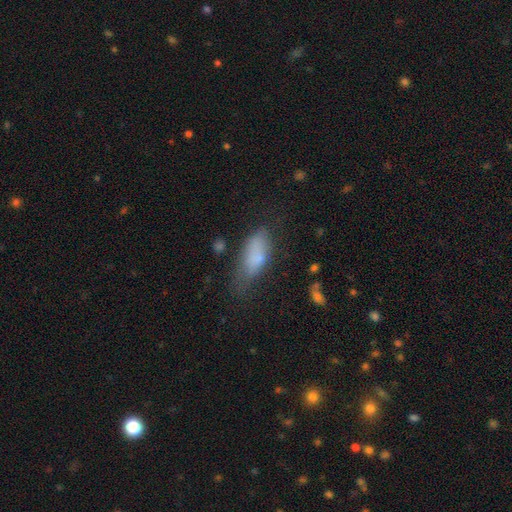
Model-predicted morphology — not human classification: This appears to be a smooth galaxy with no disk features (75%) that is in between round and cigar-shaped (78%). Merging: none (40%).